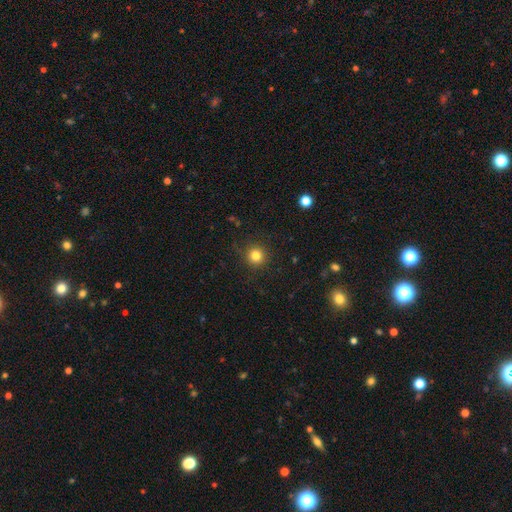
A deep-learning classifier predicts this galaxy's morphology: A smooth galaxy with no disk features (82%) that is round (94%).

Vote fractions:
- Smooth or featured? smooth: 82% / star or artifact: 13% / featured or disk: 5%
- How rounded? round: 94% / in between: 5% / cigar-shaped: 1%
- Merging? none: 89% / minor disturbance: 7% / major disturbance: 3% / merger: 1%